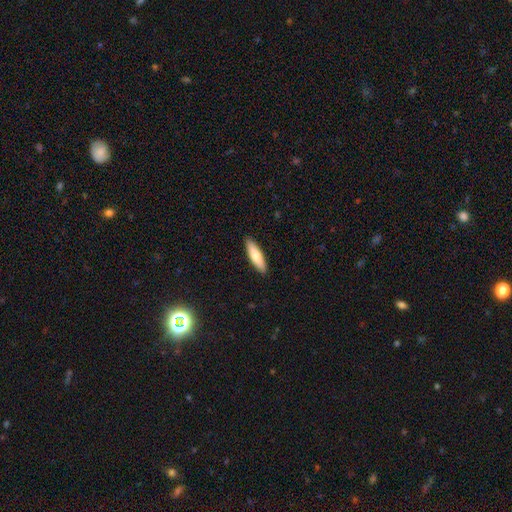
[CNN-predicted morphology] Overall: smooth (75%). How rounded: cigar-shaped (64%; in between 34%). Merging: none (91%).